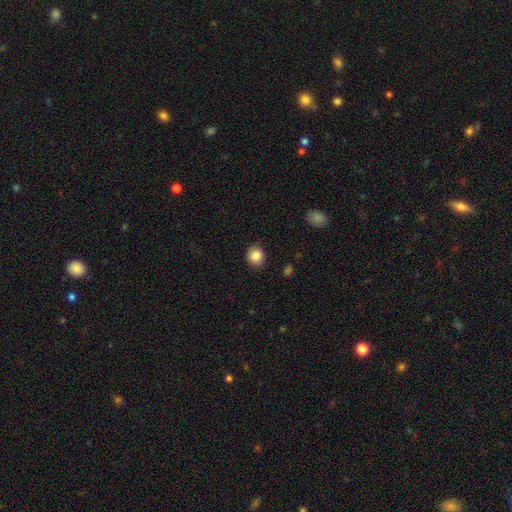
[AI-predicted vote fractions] Smooth or featured?
  - smooth: 86% *
  - star or artifact: 9%
  - featured or disk: 5%
How rounded?
  - round: 75% *
  - in between: 24%
  - cigar-shaped: 1%
Merging?
  - none: 87% *
  - minor disturbance: 9%
  - major disturbance: 2%
  - merger: 1%